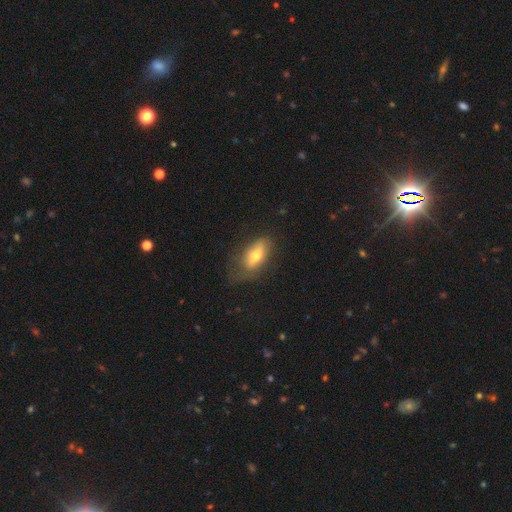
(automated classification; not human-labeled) smooth-or-featured: smooth: 59% | featured or disk: 32% | star or artifact: 8%
  how-rounded: in between: 81% | cigar-shaped: 15% | round: 4%
  merging: none: 53% | minor disturbance: 30% | major disturbance: 15% | merger: 2%